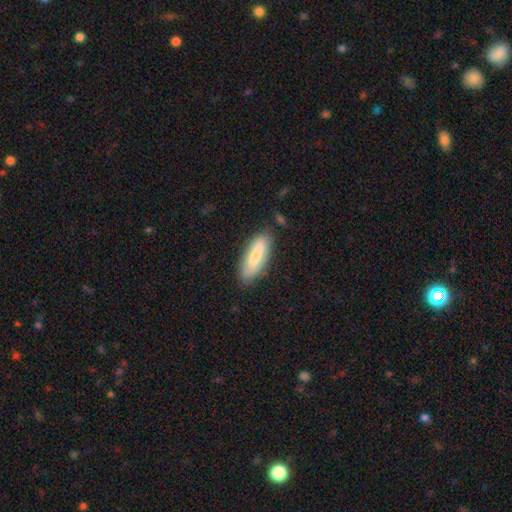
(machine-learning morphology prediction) A smooth galaxy with no disk features (70%) that is in between round and cigar-shaped (57%).

Vote fractions:
- Smooth or featured? smooth: 70% / featured or disk: 24% / star or artifact: 6%
- How rounded? in between: 57% / cigar-shaped: 42% / round: 2%
- Merging? none: 78% / minor disturbance: 16% / major disturbance: 4% / merger: 2%